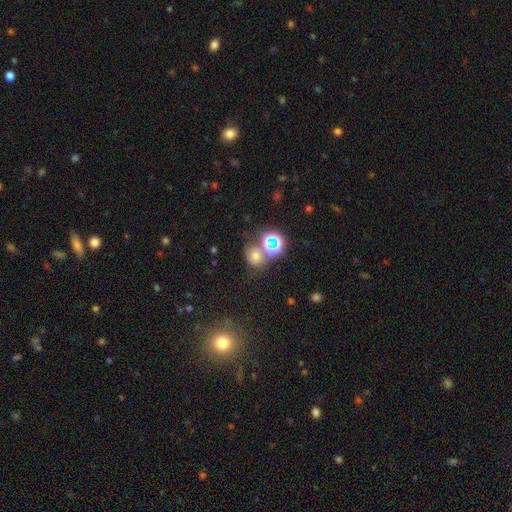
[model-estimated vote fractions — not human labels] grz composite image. It shows a smooth galaxy with no disk features (58%) that is round (63%). Merging: none (62%).